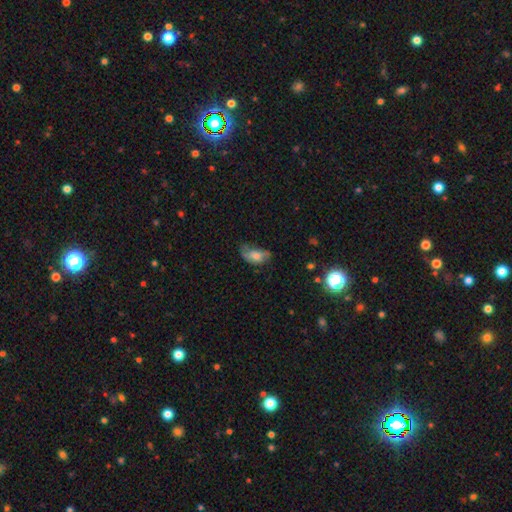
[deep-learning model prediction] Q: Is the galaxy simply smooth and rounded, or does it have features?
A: smooth — 57%.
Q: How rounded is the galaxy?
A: in between — 89%.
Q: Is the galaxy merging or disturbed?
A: none — 37%.